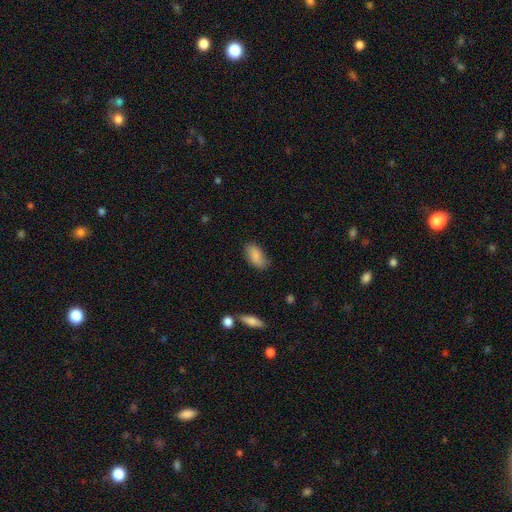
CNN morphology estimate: Q: Smooth or featured?
A: smooth (85%); runner-up: featured or disk (9%)
Q: How rounded?
A: in between (92%); runner-up: cigar-shaped (6%)
Q: Merging?
A: none (79%); runner-up: minor disturbance (17%)